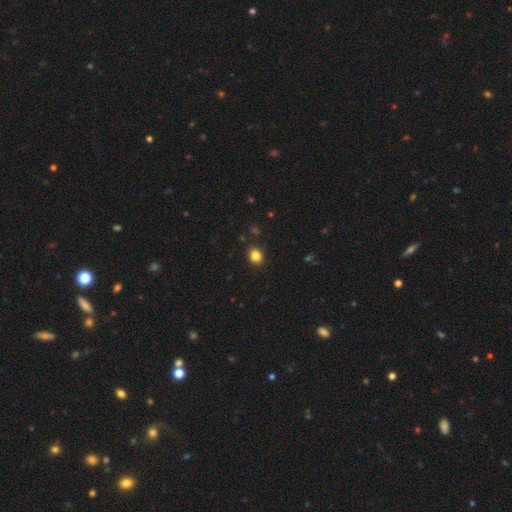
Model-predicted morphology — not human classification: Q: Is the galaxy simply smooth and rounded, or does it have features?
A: smooth — 84%.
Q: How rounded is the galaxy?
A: round — 58%.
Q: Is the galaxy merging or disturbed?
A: none — 88%.